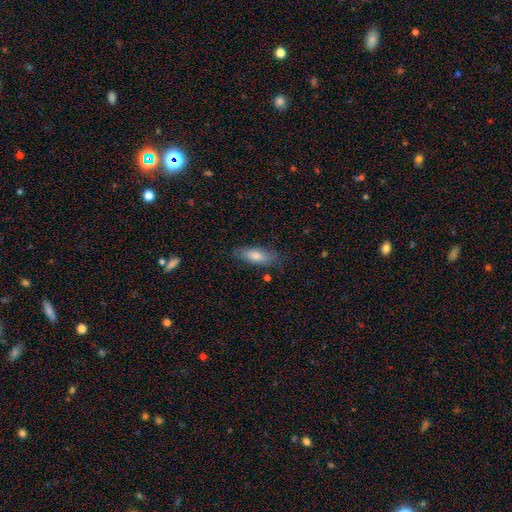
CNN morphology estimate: Smooth or featured? Predicted: smooth (p=0.71). How rounded? Predicted: in between (p=0.60). Merging? Predicted: none (p=0.78).